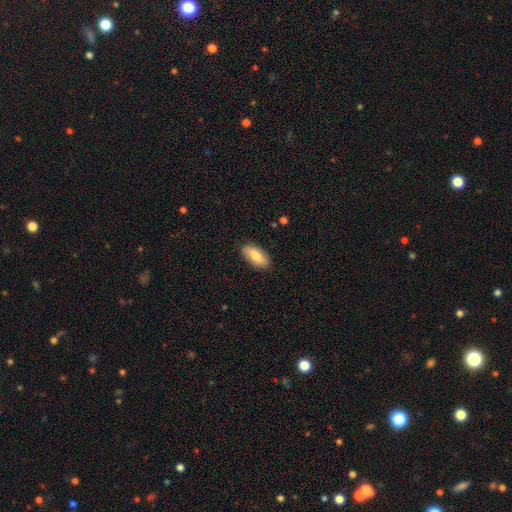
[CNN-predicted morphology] smooth_or_featured: smooth (p=0.78) [alt: featured or disk p=0.16]
how_rounded: in between (p=0.89) [alt: cigar-shaped p=0.09]
merging: none (p=0.87) [alt: minor disturbance p=0.10]